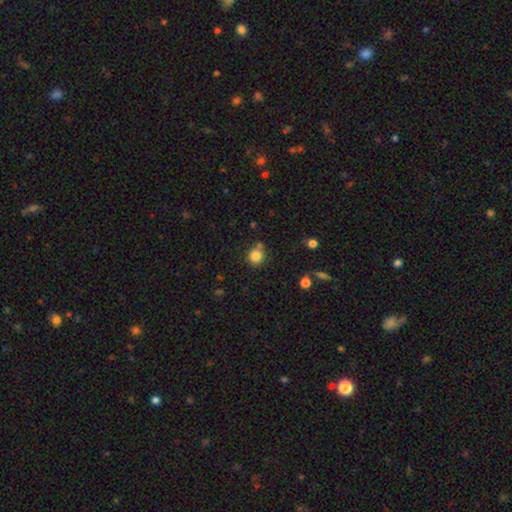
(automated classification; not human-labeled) Morphology: type=smooth (83%); roundness=round (87%); merging=none (70%).